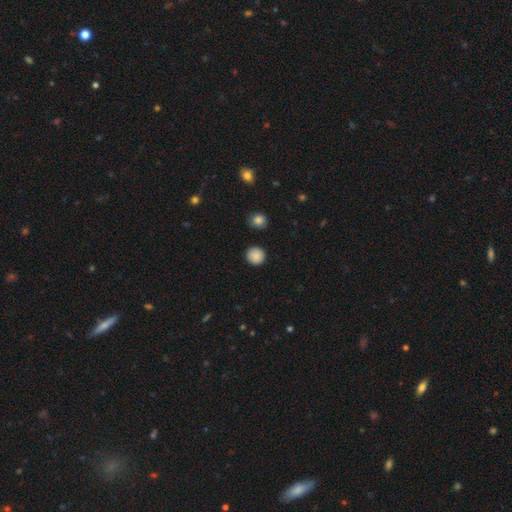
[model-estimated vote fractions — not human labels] A smooth galaxy with no disk features (88%) that is round (94%).

Vote fractions:
- Smooth or featured? smooth: 88% / star or artifact: 9% / featured or disk: 3%
- How rounded? round: 94% / in between: 5% / cigar-shaped: 1%
- Merging? none: 91% / minor disturbance: 5% / major disturbance: 2% / merger: 1%